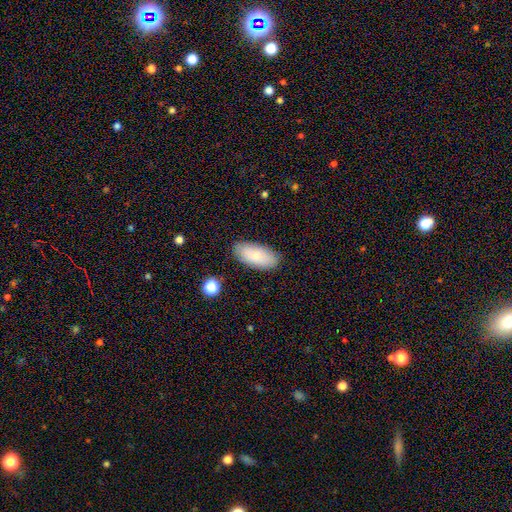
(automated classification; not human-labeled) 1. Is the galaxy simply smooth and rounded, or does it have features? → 80% smooth, 13% featured or disk, 7% star or artifact.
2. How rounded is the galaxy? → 91% in between, 7% cigar-shaped, 2% round.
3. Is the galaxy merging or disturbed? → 83% none, 12% minor disturbance, 3% major disturbance, 1% merger.